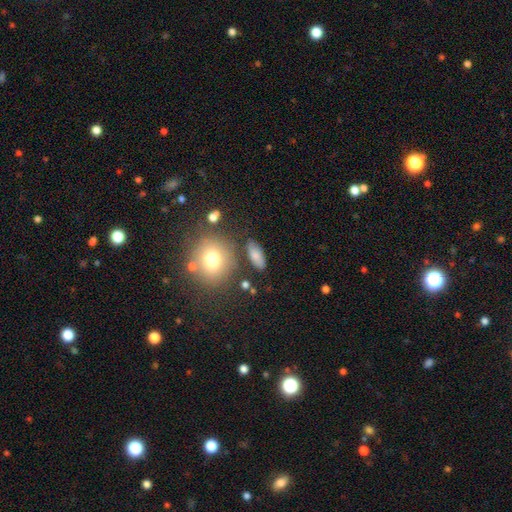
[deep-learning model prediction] Smooth or featured?
  - smooth: 79% *
  - featured or disk: 11%
  - star or artifact: 10%
How rounded?
  - in between: 79% *
  - cigar-shaped: 12%
  - round: 9%
Merging?
  - none: 77% *
  - minor disturbance: 13%
  - merger: 5%
  - major disturbance: 4%